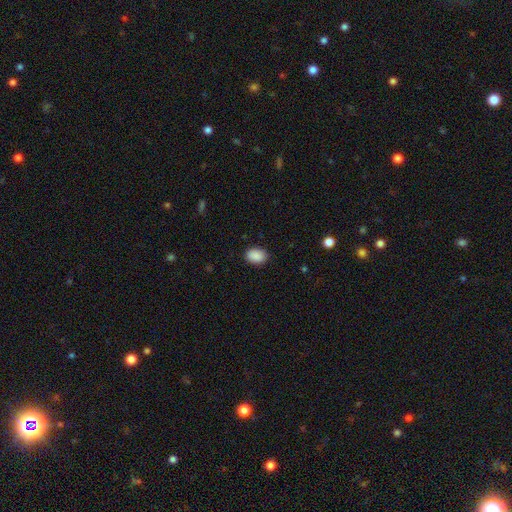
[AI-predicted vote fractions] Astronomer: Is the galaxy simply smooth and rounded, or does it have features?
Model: smooth — 90%.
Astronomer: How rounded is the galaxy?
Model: in between — 79%.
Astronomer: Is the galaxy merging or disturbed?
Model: none — 88%.